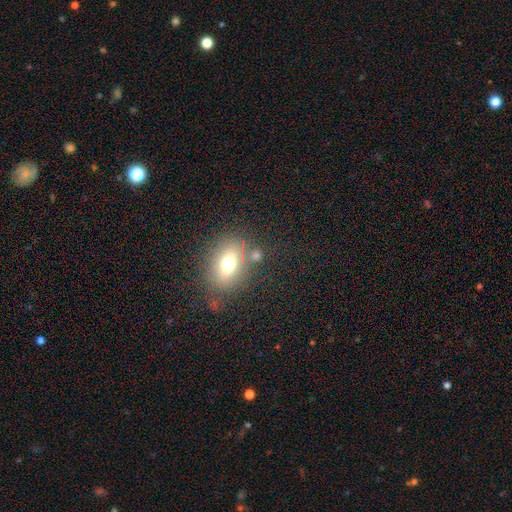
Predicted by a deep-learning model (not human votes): This appears to be a smooth galaxy with no disk features (67%) that is in between round and cigar-shaped (58%). Merging: none (70%).